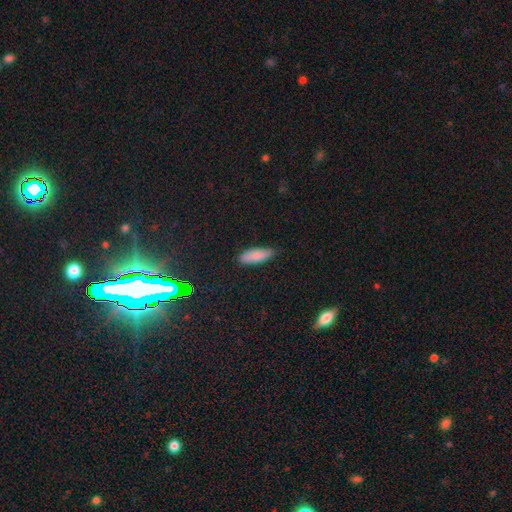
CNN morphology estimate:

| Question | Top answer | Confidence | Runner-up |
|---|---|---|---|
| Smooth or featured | smooth | 83% | featured or disk (9%) |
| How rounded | in between | 61% | cigar-shaped (37%) |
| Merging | none | 77% | minor disturbance (19%) |